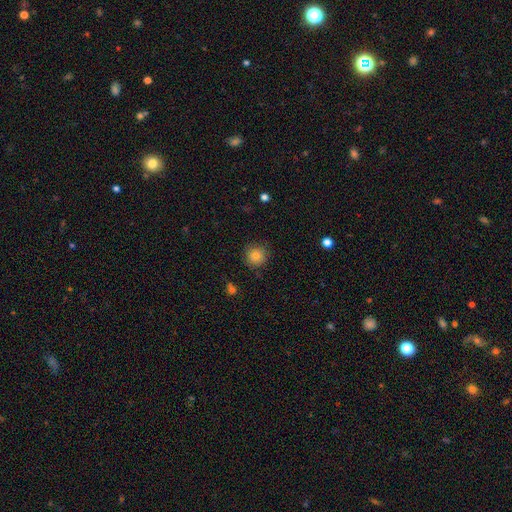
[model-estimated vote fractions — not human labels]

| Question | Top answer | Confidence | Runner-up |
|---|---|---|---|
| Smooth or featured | smooth | 83% | star or artifact (10%) |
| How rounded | round | 94% | in between (5%) |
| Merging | none | 87% | minor disturbance (9%) |